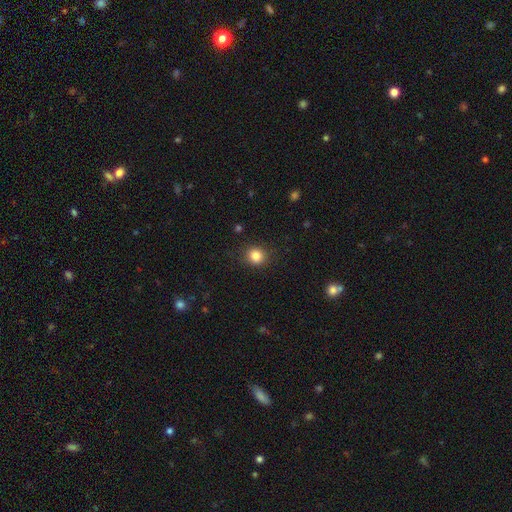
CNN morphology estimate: Smooth or featured? smooth (84%)
How rounded? round (84%)
Merging? none (88%)